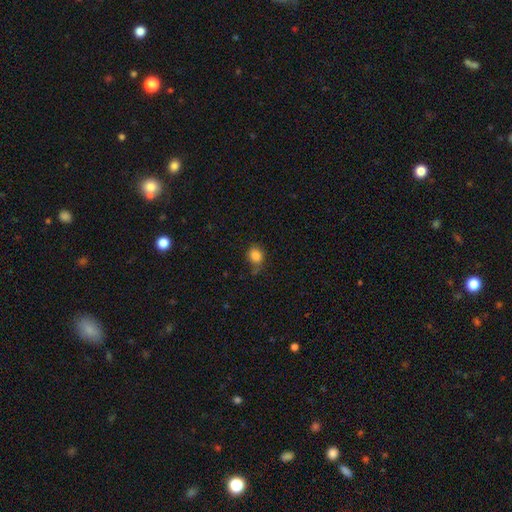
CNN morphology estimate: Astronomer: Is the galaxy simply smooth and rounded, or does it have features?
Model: smooth — 84%.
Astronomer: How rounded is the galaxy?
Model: round — 62% (runner-up: in between, 37%).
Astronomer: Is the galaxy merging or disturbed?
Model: none — 62%.